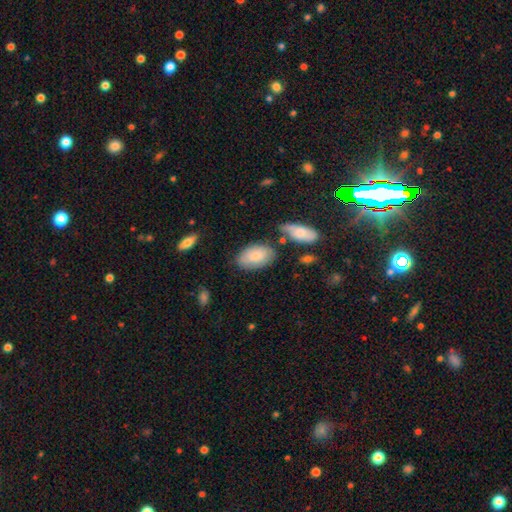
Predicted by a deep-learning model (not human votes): A smooth galaxy with no disk features (79%) that is in between round and cigar-shaped (94%). Merging: none (68%).